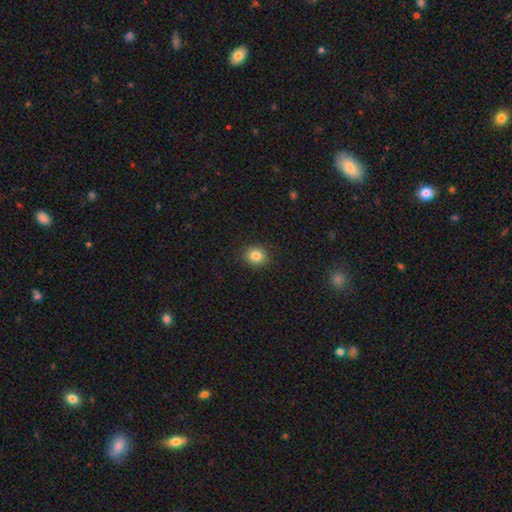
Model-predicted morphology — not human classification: smooth_or_featured: smooth (p=0.84) [alt: star or artifact p=0.10]
how_rounded: round (p=0.74) [alt: in between p=0.25]
merging: none (p=0.89) [alt: minor disturbance p=0.08]